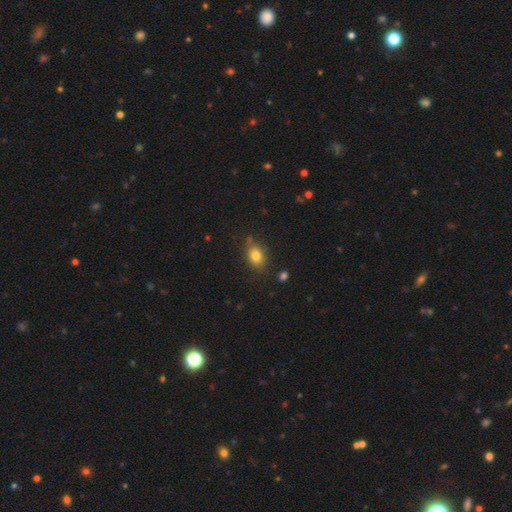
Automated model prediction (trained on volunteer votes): Smooth or featured? smooth (80%)
How rounded? in between (64%)
Merging? none (74%)